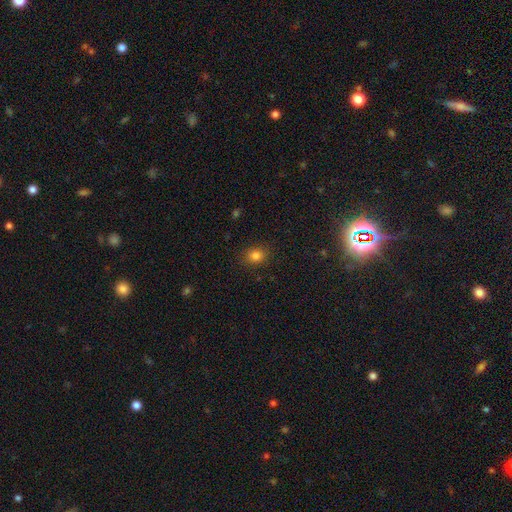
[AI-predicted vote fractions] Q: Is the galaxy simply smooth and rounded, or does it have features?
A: smooth — 82%.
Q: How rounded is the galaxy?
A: round — 55%.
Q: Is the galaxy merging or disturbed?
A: none — 86%.